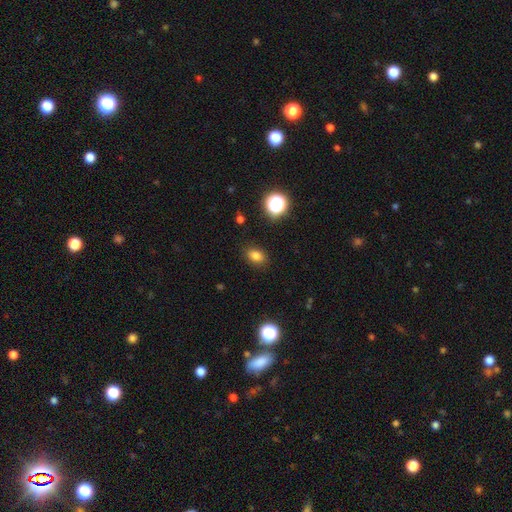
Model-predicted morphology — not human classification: Smooth or featured? smooth (80%)
How rounded? in between (72%)
Merging? none (87%)